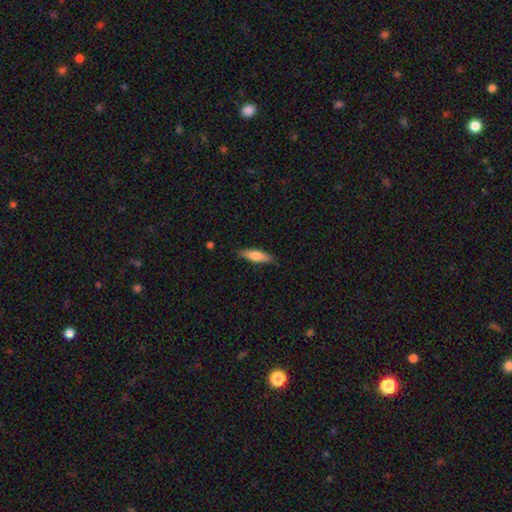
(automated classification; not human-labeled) smooth 69%, featured or disk 25%, star or artifact 6%. Down the decision tree: how rounded — cigar-shaped (60%); merging — none (86%).